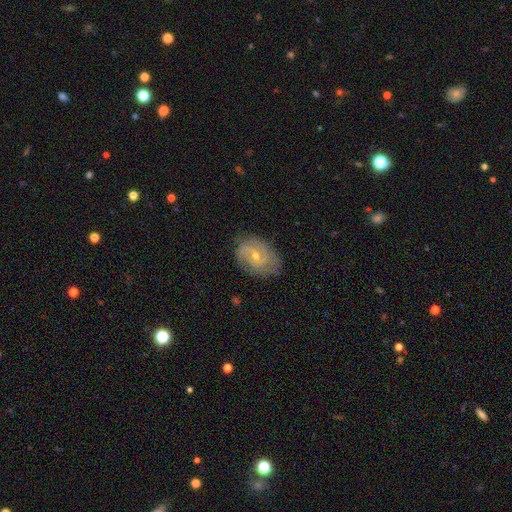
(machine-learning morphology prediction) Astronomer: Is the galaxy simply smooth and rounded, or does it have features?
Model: featured or disk — 70%.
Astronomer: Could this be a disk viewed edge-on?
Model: no — 96%.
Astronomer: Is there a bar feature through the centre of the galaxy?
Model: no — 59%.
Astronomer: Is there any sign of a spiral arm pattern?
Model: yes — 86%.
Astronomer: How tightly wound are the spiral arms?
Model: tight — 53% (runner-up: medium, 35%).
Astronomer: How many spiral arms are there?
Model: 2 — 41% (runner-up: can't tell, 34%).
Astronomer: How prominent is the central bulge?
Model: small — 57% (runner-up: moderate, 40%).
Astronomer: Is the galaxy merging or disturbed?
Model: none — 72%.